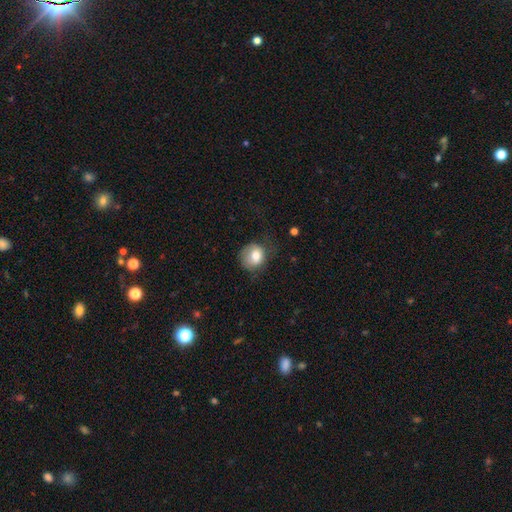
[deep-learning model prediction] Smooth or featured?
  - smooth: 78% *
  - featured or disk: 14%
  - star or artifact: 8%
How rounded?
  - round: 73% *
  - in between: 26%
  - cigar-shaped: 1%
Merging?
  - none: 50% *
  - minor disturbance: 28%
  - major disturbance: 21%
  - merger: 2%